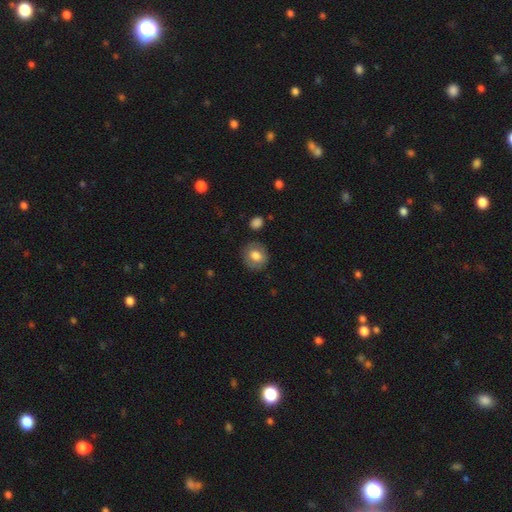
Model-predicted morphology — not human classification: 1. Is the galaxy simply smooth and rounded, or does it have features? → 71% smooth, 21% featured or disk, 8% star or artifact.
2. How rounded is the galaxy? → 76% round, 23% in between, 1% cigar-shaped.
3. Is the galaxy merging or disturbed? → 83% none, 12% minor disturbance, 3% major disturbance, 2% merger.